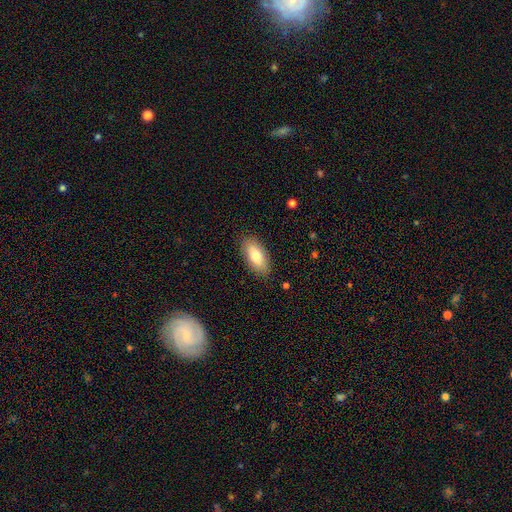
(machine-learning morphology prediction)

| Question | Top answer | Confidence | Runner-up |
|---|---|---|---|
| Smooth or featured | smooth | 76% | featured or disk (18%) |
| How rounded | in between | 88% | cigar-shaped (9%) |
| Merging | none | 87% | minor disturbance (10%) |